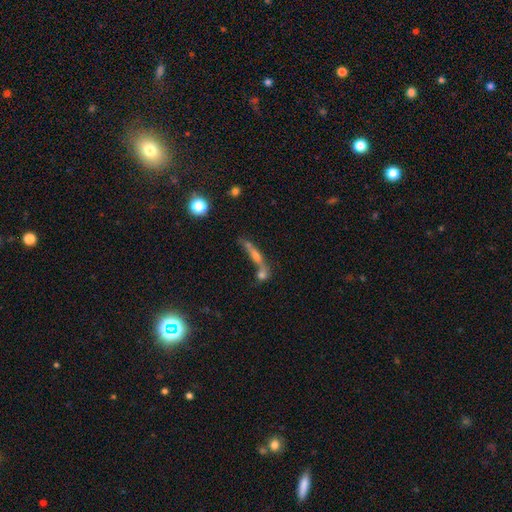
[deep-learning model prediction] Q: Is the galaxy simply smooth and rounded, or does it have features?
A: featured or disk — 52%.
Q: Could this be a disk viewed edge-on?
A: yes — 75%.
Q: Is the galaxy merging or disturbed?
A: merger — 44%.